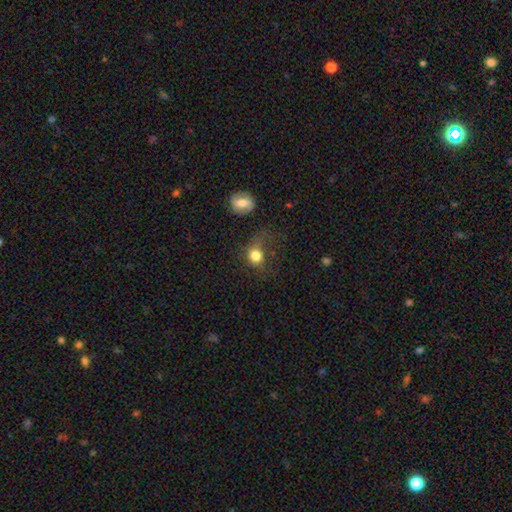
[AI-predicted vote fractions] This is likely a smooth galaxy (78%). How rounded: likely round (75%). Merging: possibly none (47%).